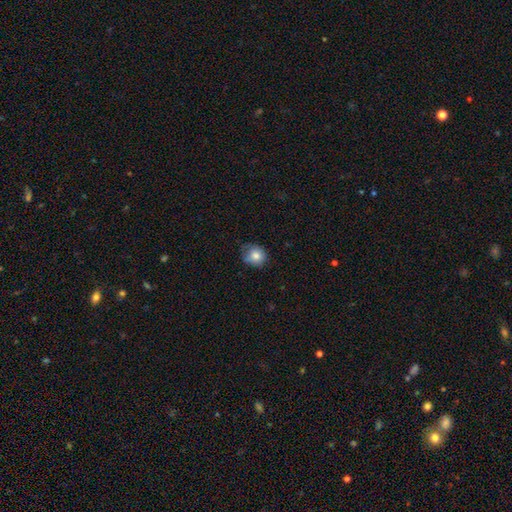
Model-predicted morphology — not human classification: Smooth or featured: smooth — 81% (featured or disk — 10%)
How rounded: round — 73% (in between — 26%)
Merging: none — 55% (minor disturbance — 34%)